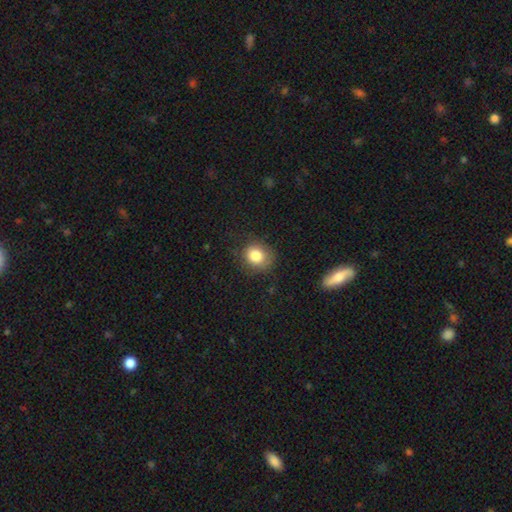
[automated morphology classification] Overall: smooth (83%). How rounded: round (74%). Merging: none (76%).